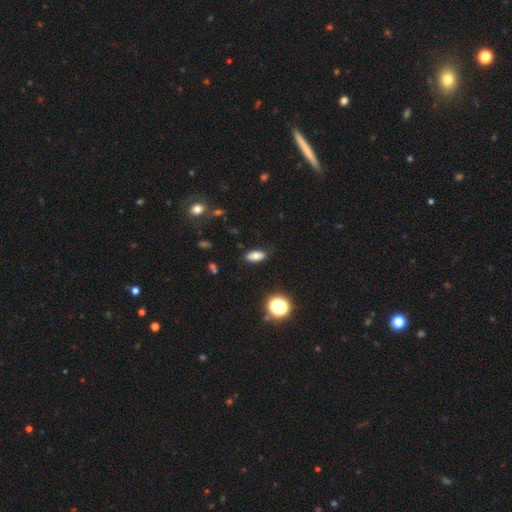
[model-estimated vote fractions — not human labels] A smooth galaxy with no disk features (77%) that is in between round and cigar-shaped (84%).

Vote fractions:
- Smooth or featured? smooth: 77% / star or artifact: 12% / featured or disk: 11%
- How rounded? in between: 84% / cigar-shaped: 11% / round: 5%
- Merging? none: 86% / minor disturbance: 10% / major disturbance: 2% / merger: 1%